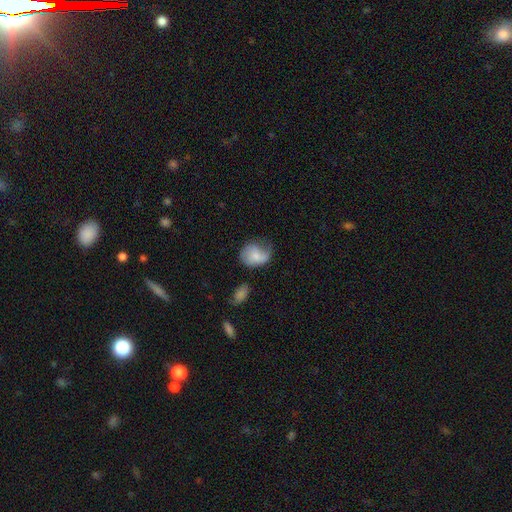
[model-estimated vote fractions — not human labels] Smooth or featured? Predicted: smooth (p=0.61). How rounded? Predicted: round (p=0.50). Merging? Predicted: none (p=0.39).